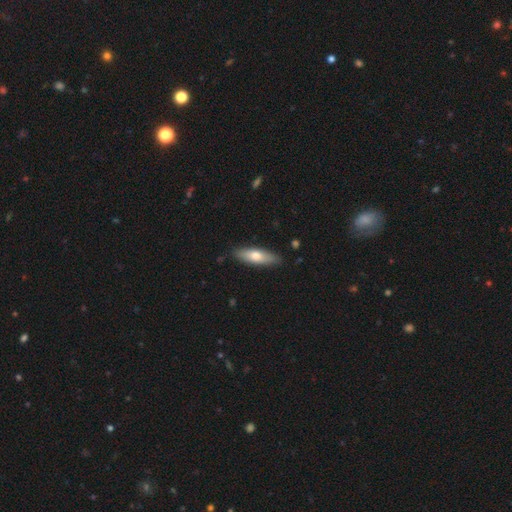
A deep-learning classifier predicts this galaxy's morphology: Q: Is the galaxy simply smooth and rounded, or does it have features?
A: smooth — 67%.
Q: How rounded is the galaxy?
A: in between — 49%, tied with cigar-shaped.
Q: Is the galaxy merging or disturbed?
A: none — 86%.